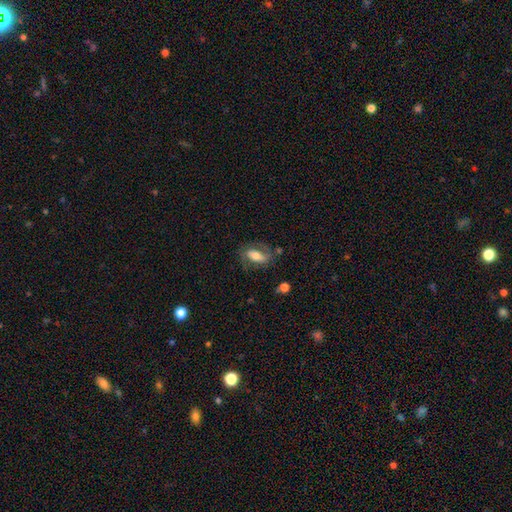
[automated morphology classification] Overall: featured or disk (48%; smooth 45%). Merging: none (64%).